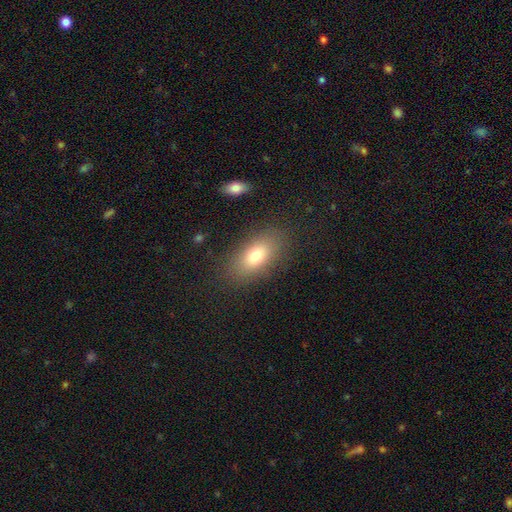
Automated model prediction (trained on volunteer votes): A smooth galaxy with no disk features (76%) that is in between round and cigar-shaped (87%). Merging: none (84%).